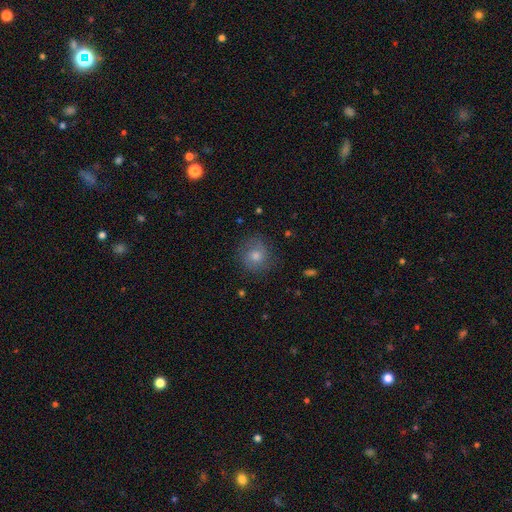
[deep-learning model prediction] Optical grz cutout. It shows a smooth galaxy with no disk features (57%) that is round (87%). Merging: none (81%).